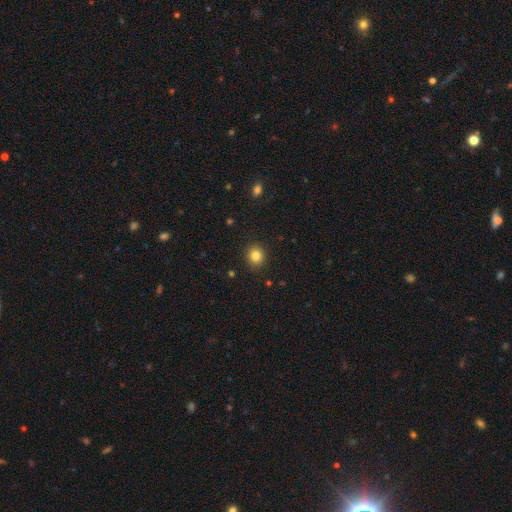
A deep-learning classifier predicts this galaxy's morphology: This is clearly a smooth galaxy (83%). How rounded: clearly round (83%). Merging: clearly none (90%).